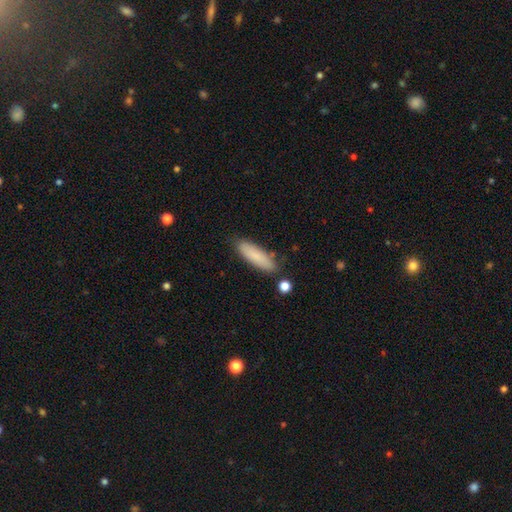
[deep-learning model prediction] This is clearly a smooth galaxy (84%). How rounded: likely cigar-shaped (61%). Merging: clearly none (82%).